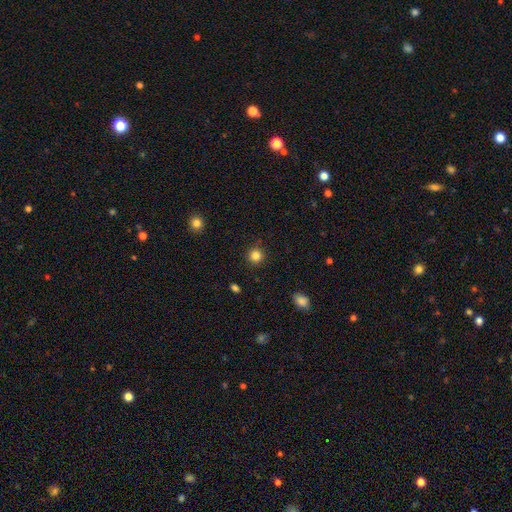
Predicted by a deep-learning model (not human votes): Smooth or featured?
  - smooth: 84% *
  - star or artifact: 12%
  - featured or disk: 4%
How rounded?
  - round: 93% *
  - in between: 6%
  - cigar-shaped: 1%
Merging?
  - none: 90% *
  - minor disturbance: 7%
  - major disturbance: 2%
  - merger: 1%